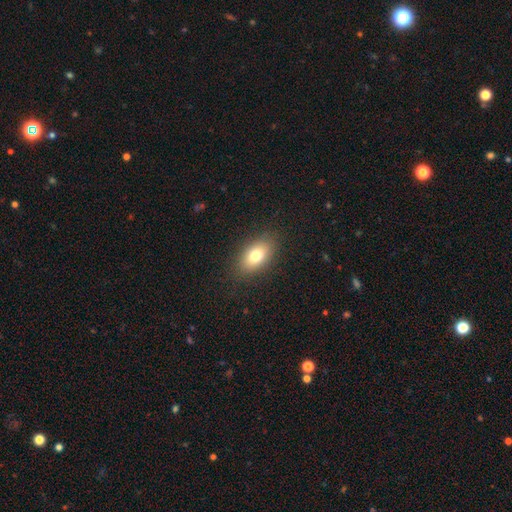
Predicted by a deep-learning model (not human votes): Smooth or featured: smooth — 77% (featured or disk — 14%)
How rounded: in between — 88% (round — 8%)
Merging: none — 86% (minor disturbance — 10%)